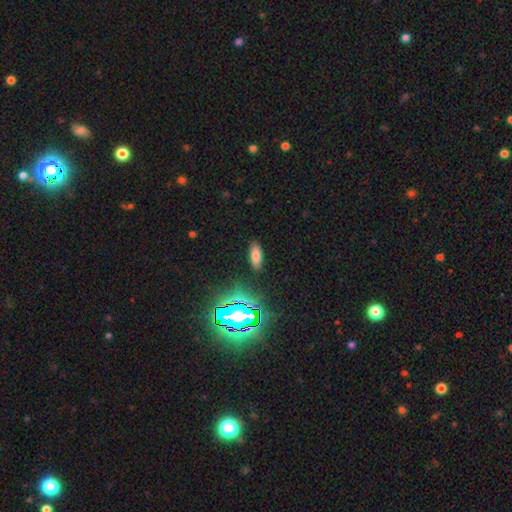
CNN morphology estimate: Smooth or featured: smooth — 71% (star or artifact — 19%)
How rounded: in between — 76% (cigar-shaped — 21%)
Merging: none — 88% (minor disturbance — 8%)